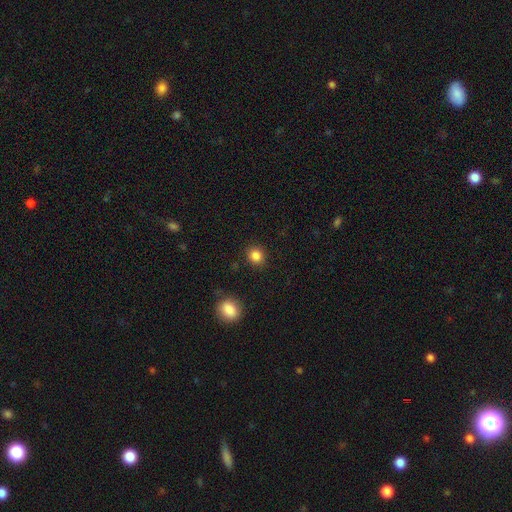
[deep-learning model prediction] Morphology: type=smooth (85%); roundness=round (82%); merging=none (90%).